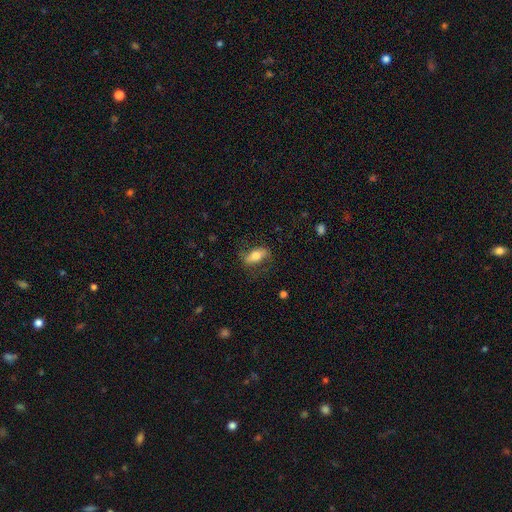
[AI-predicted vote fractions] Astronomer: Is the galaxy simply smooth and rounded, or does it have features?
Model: smooth — 56% (runner-up: featured or disk, 37%).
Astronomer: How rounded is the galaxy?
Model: in between — 70%.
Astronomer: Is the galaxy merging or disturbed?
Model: none — 73%.